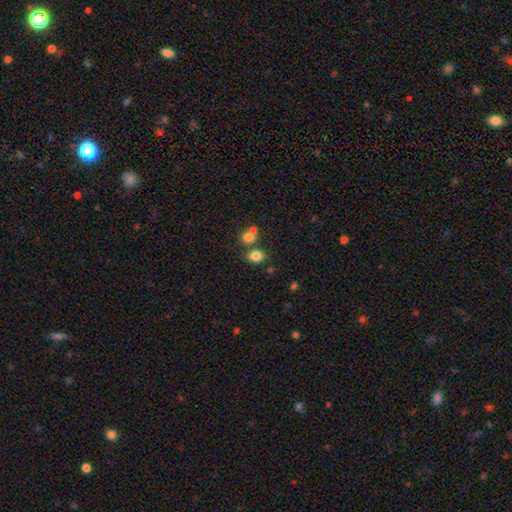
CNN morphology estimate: Overall: smooth (81%). How rounded: round (53%; in between 46%). Merging: none (62%; merger 23%).